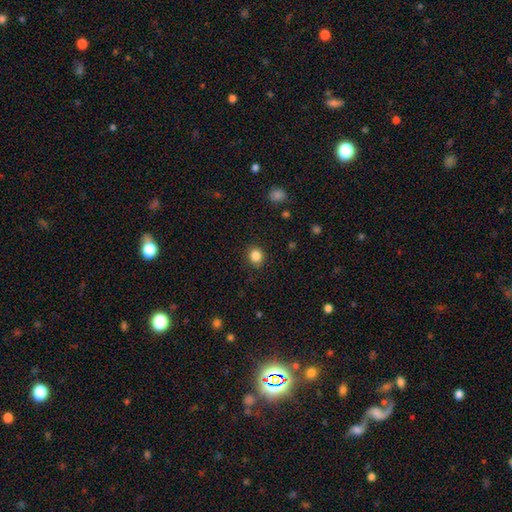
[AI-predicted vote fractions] This appears to be a smooth galaxy with no disk features (85%) that is round (84%). Merging: none (90%).